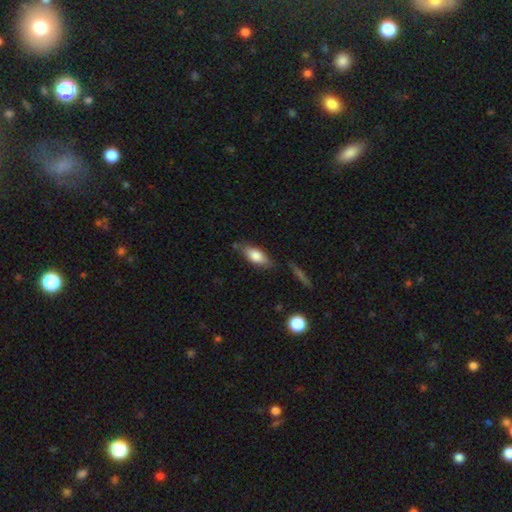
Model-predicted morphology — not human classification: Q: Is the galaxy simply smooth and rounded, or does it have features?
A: smooth — 74%.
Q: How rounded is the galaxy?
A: in between — 77%.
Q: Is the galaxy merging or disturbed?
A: none — 71%.